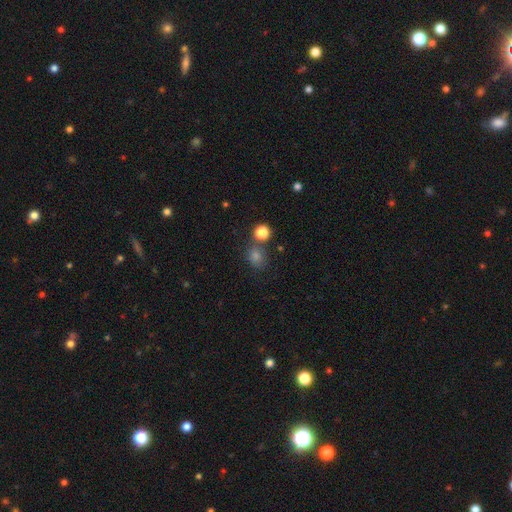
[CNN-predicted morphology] A smooth galaxy with no disk features (68%) that is round (71%).

Vote fractions:
- Smooth or featured? smooth: 68% / star or artifact: 24% / featured or disk: 8%
- How rounded? round: 71% / in between: 28% / cigar-shaped: 1%
- Merging? none: 70% / merger: 15% / minor disturbance: 11% / major disturbance: 4%